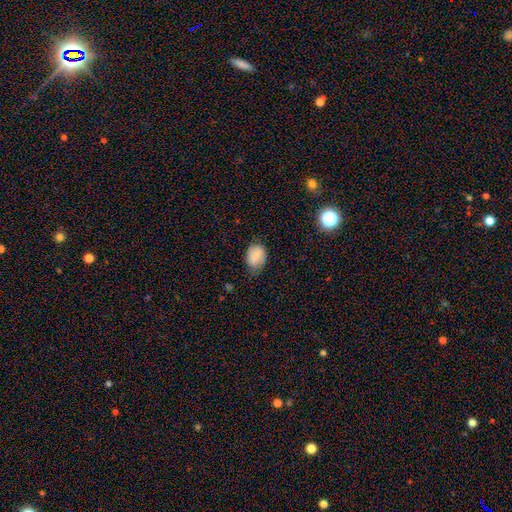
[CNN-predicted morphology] The model was most divided on "merging": none: 59%, minor disturbance: 32%, major disturbance: 8%, merger: 2%. More confident: how rounded — in between (71%); smooth or featured — smooth (70%).